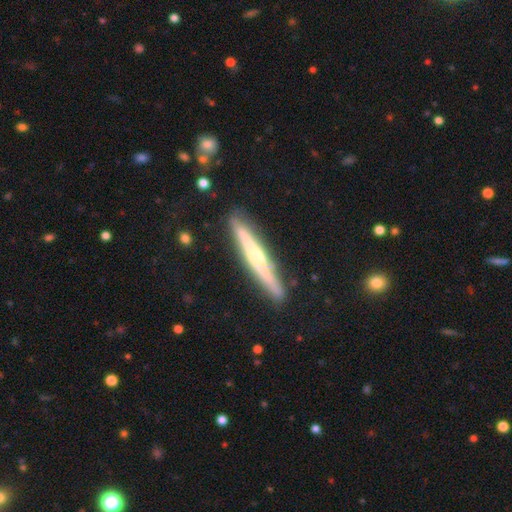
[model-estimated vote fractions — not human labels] This is likely a featured or disk galaxy (65%). It is clearly viewed edge-on (94%). Edge-on bulge: likely rounded (65%). Merging: clearly none (86%).